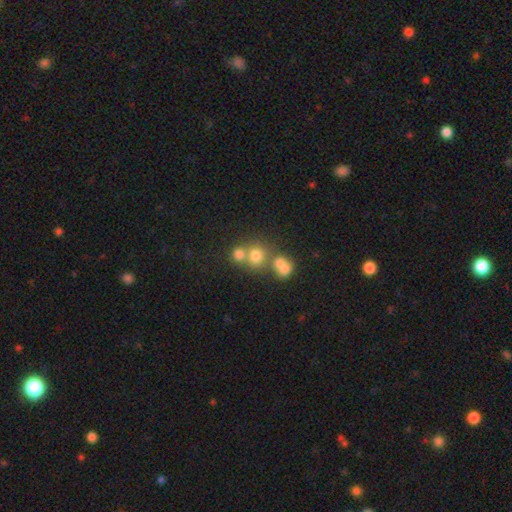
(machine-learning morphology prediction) type=smooth (71%); roundness=round (83%); merging=none (48%).